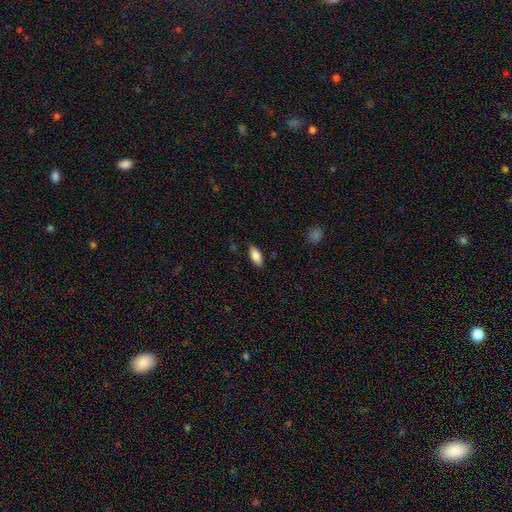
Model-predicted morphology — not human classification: The model was most divided on "how rounded": in between: 84%, cigar-shaped: 14%, round: 2%. More confident: merging — none (84%); smooth or featured — smooth (83%).